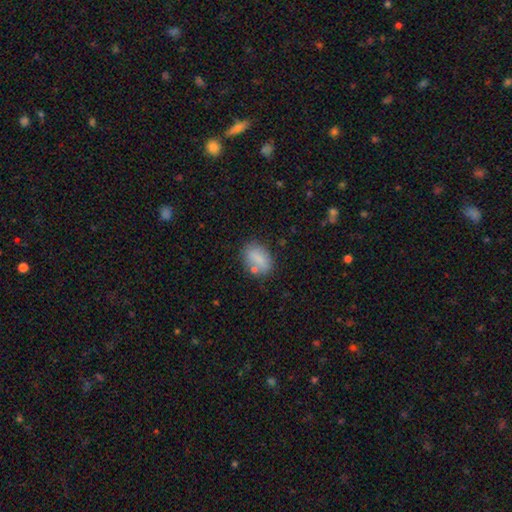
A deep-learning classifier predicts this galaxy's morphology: Q: Smooth or featured?
A: smooth (82%); runner-up: featured or disk (10%)
Q: How rounded?
A: in between (82%); runner-up: round (15%)
Q: Merging?
A: none (71%); runner-up: minor disturbance (16%)